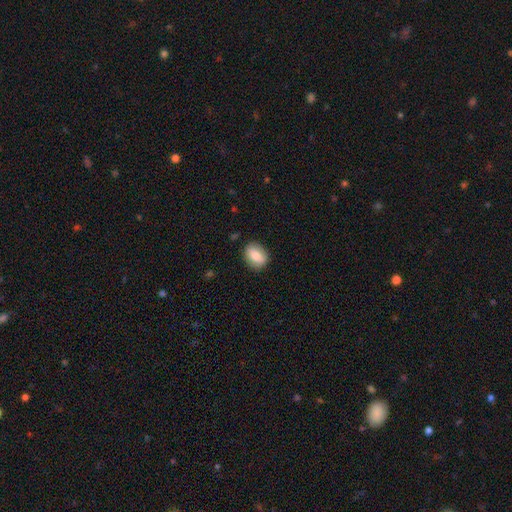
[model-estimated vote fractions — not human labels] A smooth galaxy with no disk features (76%) that is in between round and cigar-shaped (58%).

Vote fractions:
- Smooth or featured? smooth: 76% / featured or disk: 17% / star or artifact: 8%
- How rounded? in between: 58% / round: 40% / cigar-shaped: 2%
- Merging? none: 84% / minor disturbance: 12% / major disturbance: 3% / merger: 1%